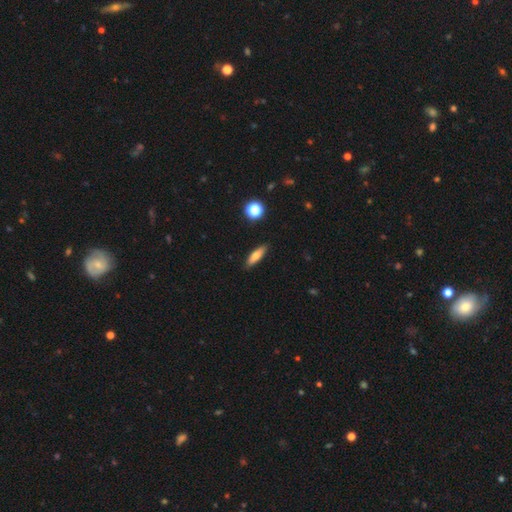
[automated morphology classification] Smooth or featured? smooth (71%)
How rounded? cigar-shaped (60%)
Merging? none (88%)